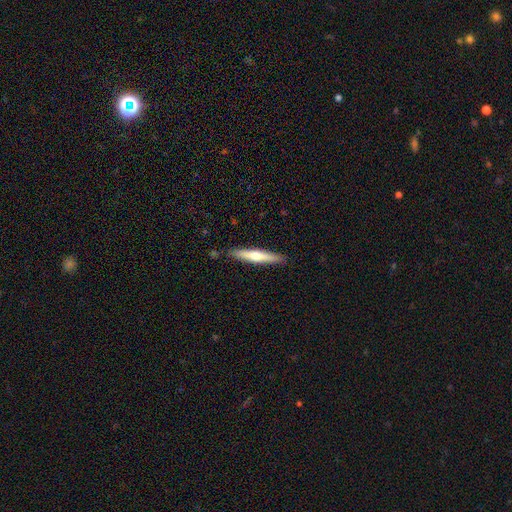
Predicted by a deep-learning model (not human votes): smooth-or-featured: smooth: 50% | featured or disk: 45% | star or artifact: 5%
  how-rounded: cigar-shaped: 90% | in between: 8% | round: 1%
  merging: none: 89% | minor disturbance: 8% | major disturbance: 1% | merger: 1%